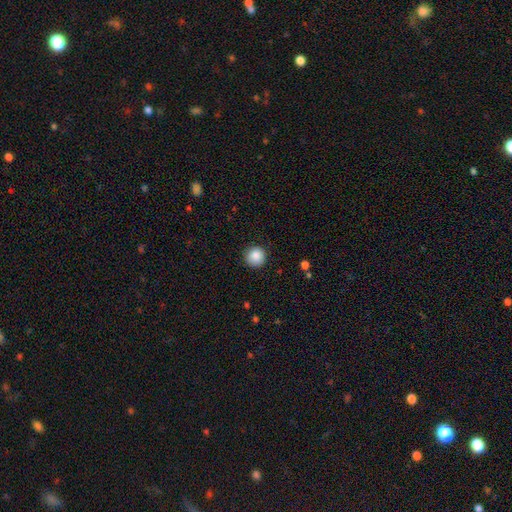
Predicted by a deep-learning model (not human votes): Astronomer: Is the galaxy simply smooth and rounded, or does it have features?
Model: smooth — 87%.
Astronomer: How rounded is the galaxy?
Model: round — 95%.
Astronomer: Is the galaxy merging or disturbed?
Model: none — 88%.